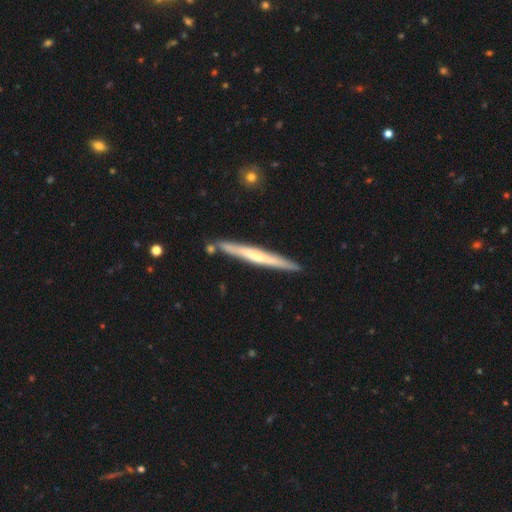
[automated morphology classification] Smooth or featured: featured or disk — 68% (smooth — 26%)
Edge-on disk: yes — 96% (no — 4%)
Edge-on bulge: rounded — 50% (none — 41%)
Merging: none — 86% (minor disturbance — 10%)